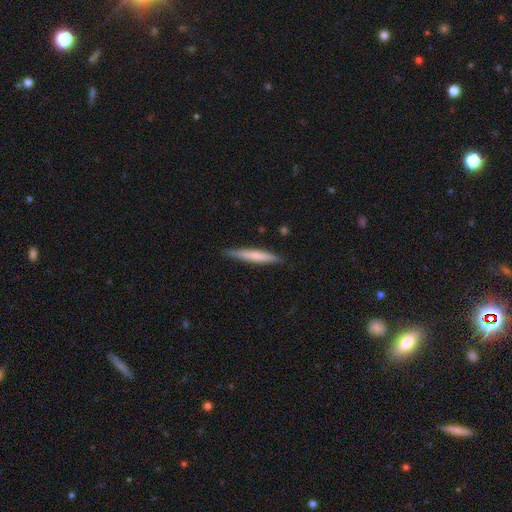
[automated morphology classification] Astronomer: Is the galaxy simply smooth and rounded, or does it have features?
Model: smooth — 66%.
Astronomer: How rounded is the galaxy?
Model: cigar-shaped — 95%.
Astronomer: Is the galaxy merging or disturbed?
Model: none — 87%.